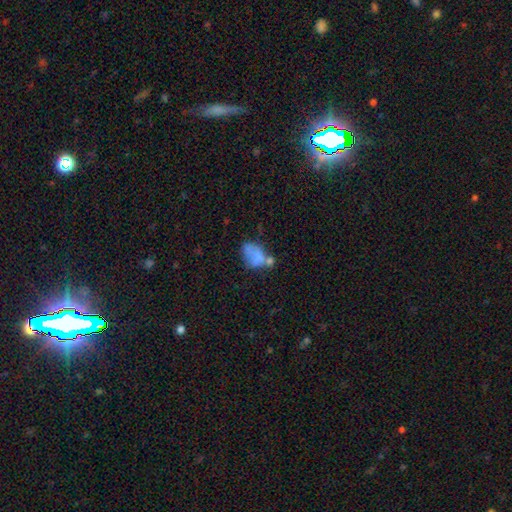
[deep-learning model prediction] Overall: smooth (57%; featured or disk 30%). How rounded: in between (81%). Merging: merger (30%; none 26%).